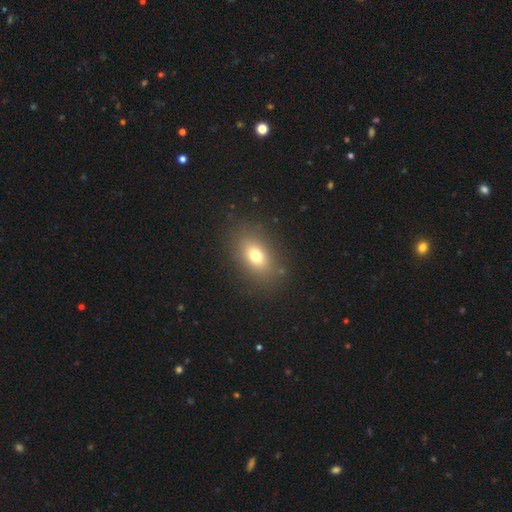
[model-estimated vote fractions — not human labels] smooth_or_featured: smooth (p=0.73) [alt: featured or disk p=0.14]
how_rounded: in between (p=0.78) [alt: round p=0.19]
merging: none (p=0.85) [alt: minor disturbance p=0.09]